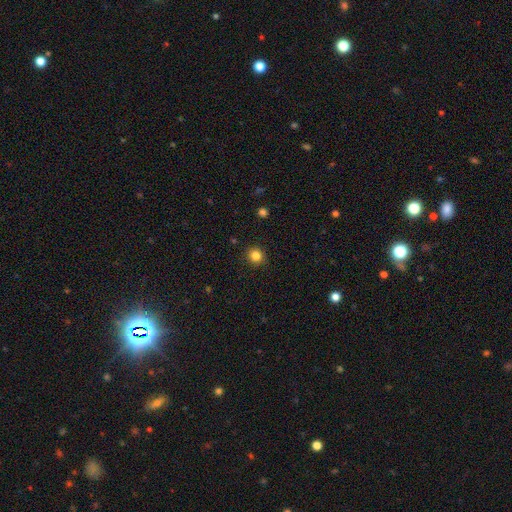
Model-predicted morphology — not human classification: A smooth galaxy with no disk features (84%) that is round (90%).

Vote fractions:
- Smooth or featured? smooth: 84% / star or artifact: 12% / featured or disk: 4%
- How rounded? round: 90% / in between: 9% / cigar-shaped: 1%
- Merging? none: 91% / minor disturbance: 6% / major disturbance: 2% / merger: 1%